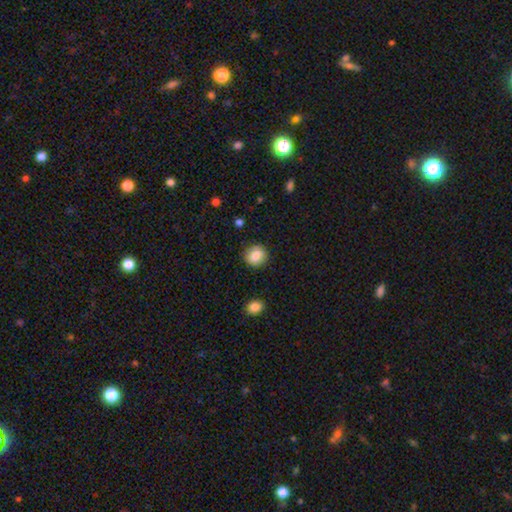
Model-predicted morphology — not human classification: Smooth or featured? Predicted: smooth (p=0.85). How rounded? Predicted: round (p=0.80). Merging? Predicted: none (p=0.87).